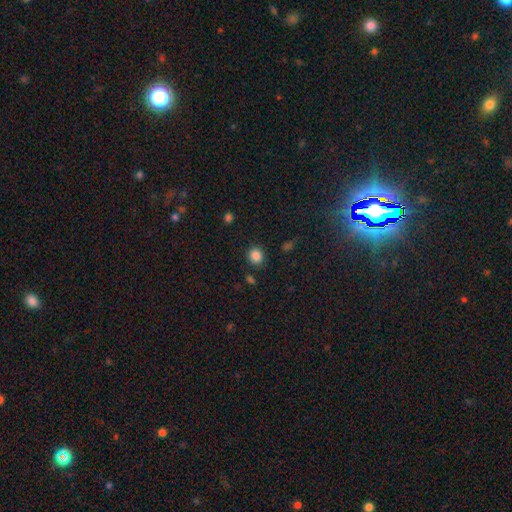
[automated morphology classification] Smooth or featured: smooth — 85% (star or artifact — 11%)
How rounded: round — 84% (in between — 15%)
Merging: none — 87% (minor disturbance — 8%)